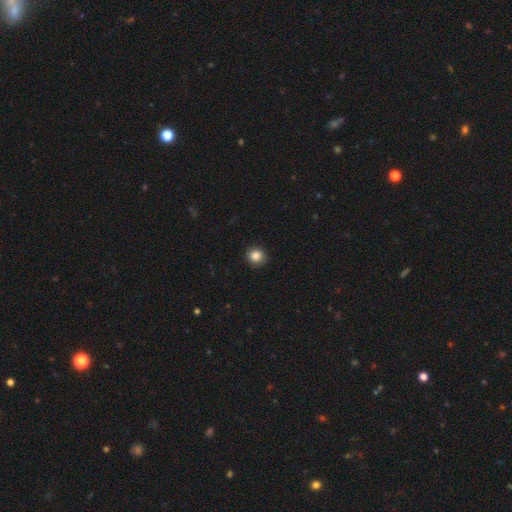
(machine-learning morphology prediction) A smooth galaxy with no disk features (86%) that is round (90%).

Vote fractions:
- Smooth or featured? smooth: 86% / star or artifact: 10% / featured or disk: 4%
- How rounded? round: 90% / in between: 9% / cigar-shaped: 1%
- Merging? none: 91% / minor disturbance: 6% / major disturbance: 2% / merger: 1%